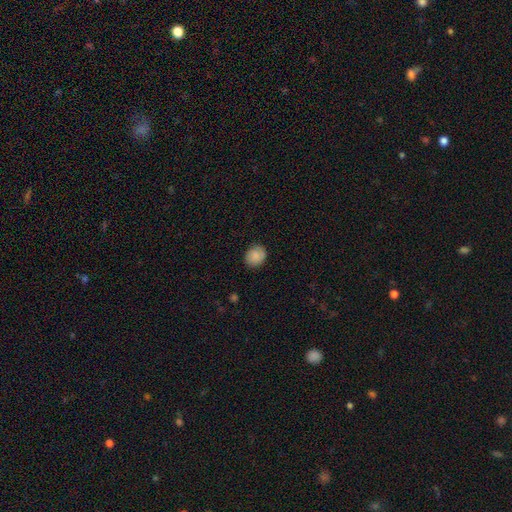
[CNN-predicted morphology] A smooth galaxy with no disk features (85%) that is round (70%).

Vote fractions:
- Smooth or featured? smooth: 85% / star or artifact: 7% / featured or disk: 7%
- How rounded? round: 70% / in between: 29% / cigar-shaped: 1%
- Merging? none: 85% / minor disturbance: 11% / major disturbance: 2% / merger: 1%